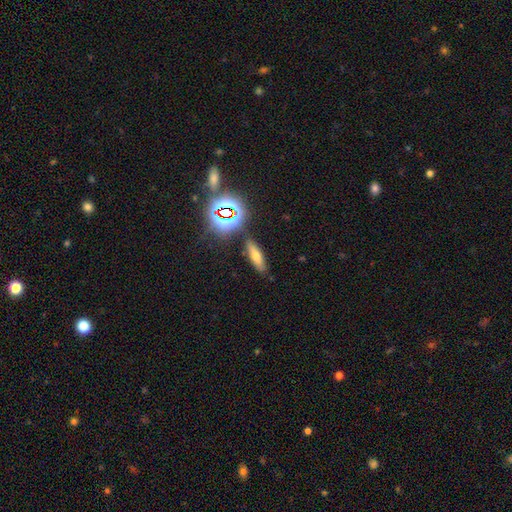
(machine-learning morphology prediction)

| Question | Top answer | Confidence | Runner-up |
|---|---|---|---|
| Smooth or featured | smooth | 53% | star or artifact (26%) |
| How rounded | cigar-shaped | 51% | in between (41%) |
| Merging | none | 84% | minor disturbance (10%) |